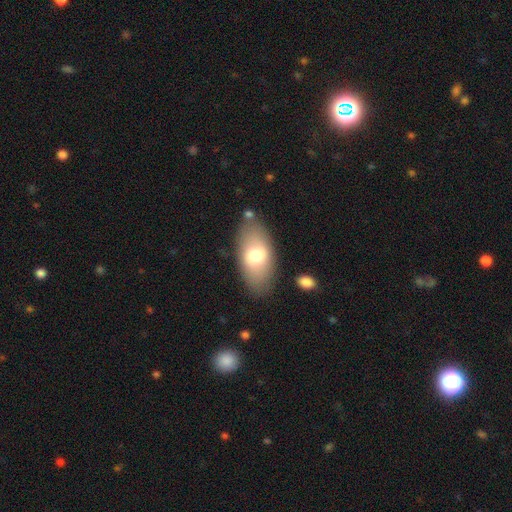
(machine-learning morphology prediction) Smooth or featured? smooth (70%)
How rounded? in between (92%)
Merging? none (79%)